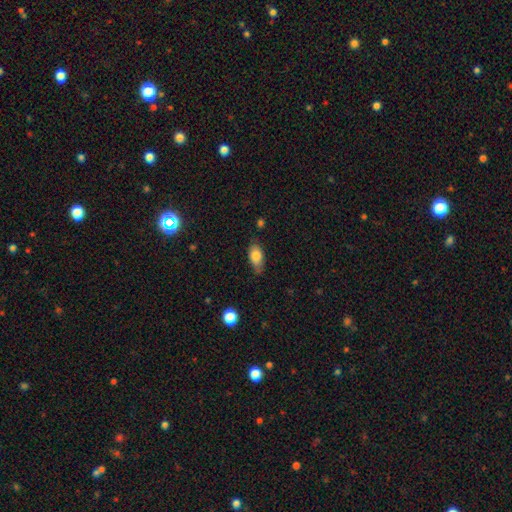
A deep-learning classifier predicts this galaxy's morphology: This appears to be a smooth galaxy with no disk features (81%) that is in between round and cigar-shaped (88%). Merging: none (65%).